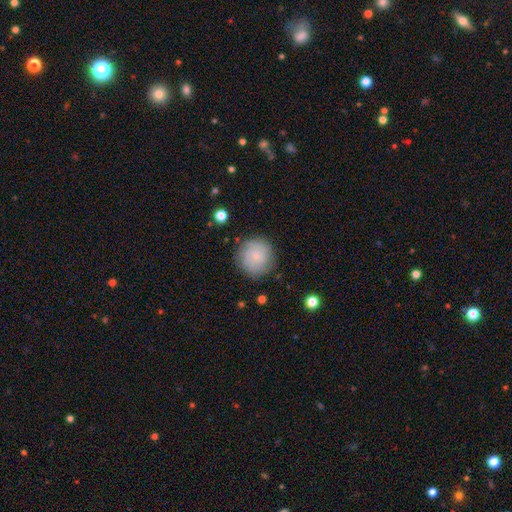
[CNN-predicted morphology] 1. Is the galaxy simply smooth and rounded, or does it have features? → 74% smooth, 18% featured or disk, 8% star or artifact.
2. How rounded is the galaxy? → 92% round, 7% in between, 1% cigar-shaped.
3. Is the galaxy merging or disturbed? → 82% none, 12% minor disturbance, 4% major disturbance, 2% merger.